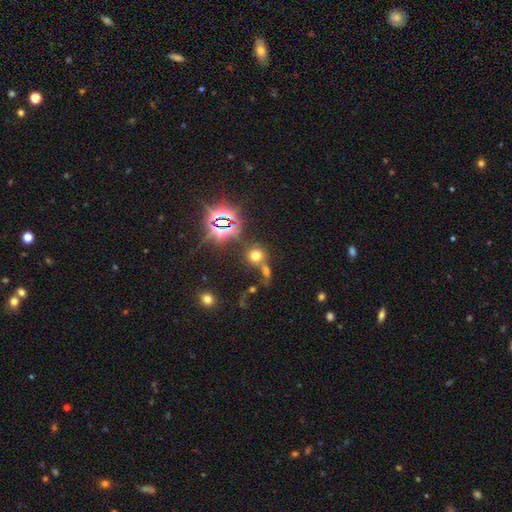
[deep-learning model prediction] This is possibly a smooth galaxy (60%). How rounded: clearly round (84%). Merging: possibly none (53%).